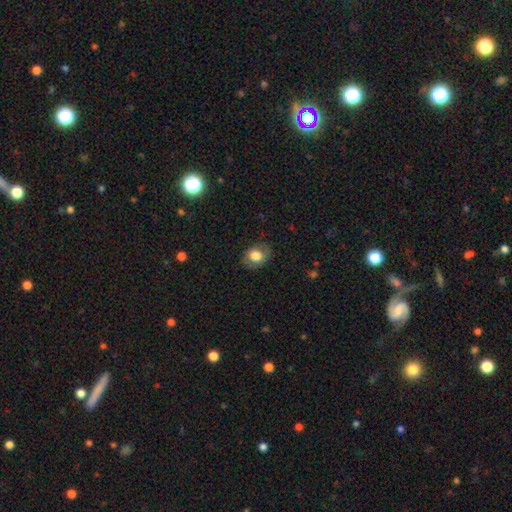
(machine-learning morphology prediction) smooth_or_featured: smooth (p=0.75) [alt: featured or disk p=0.17]
how_rounded: in between (p=0.57) [alt: round p=0.42]
merging: none (p=0.81) [alt: minor disturbance p=0.14]